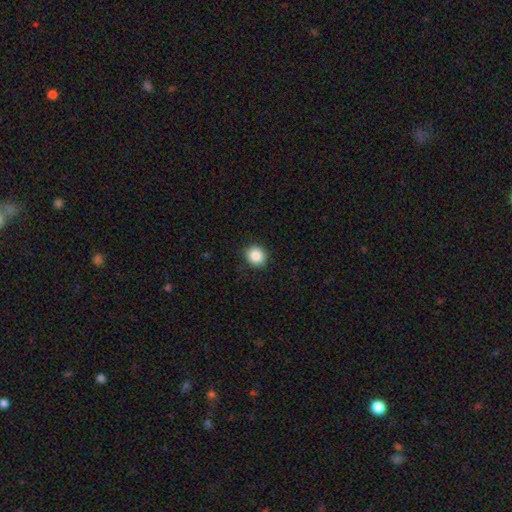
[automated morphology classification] Overall: smooth (87%). How rounded: round (81%). Merging: none (90%).